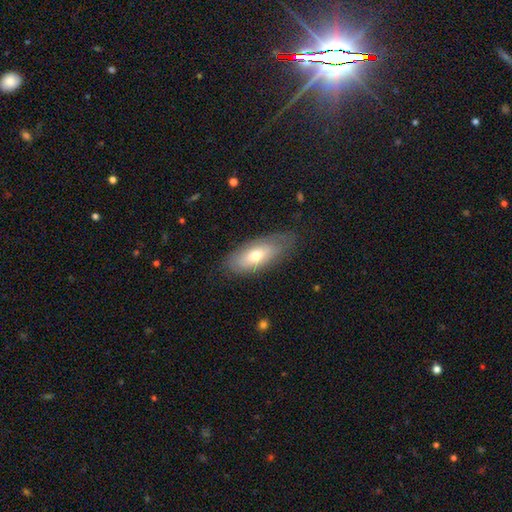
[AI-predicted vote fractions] Overall: smooth (57%; featured or disk 36%). How rounded: in between (80%). Merging: none (73%).